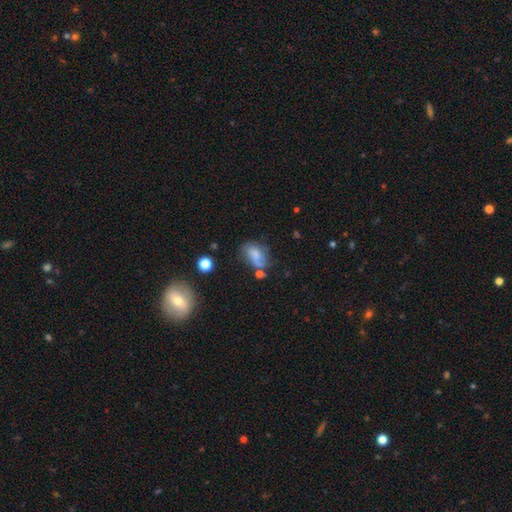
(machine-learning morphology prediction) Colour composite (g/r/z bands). It shows a smooth galaxy with no disk features (57%) that is in between round and cigar-shaped (82%). Merging: none (40%).